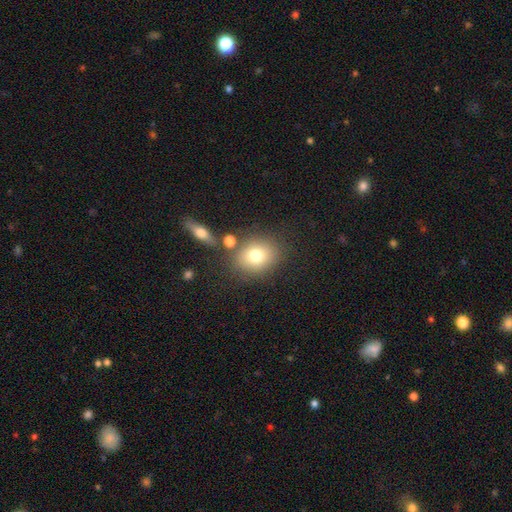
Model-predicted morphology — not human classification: Smooth or featured: smooth — 76% (featured or disk — 13%)
How rounded: round — 58% (in between — 40%)
Merging: none — 72% (minor disturbance — 12%)